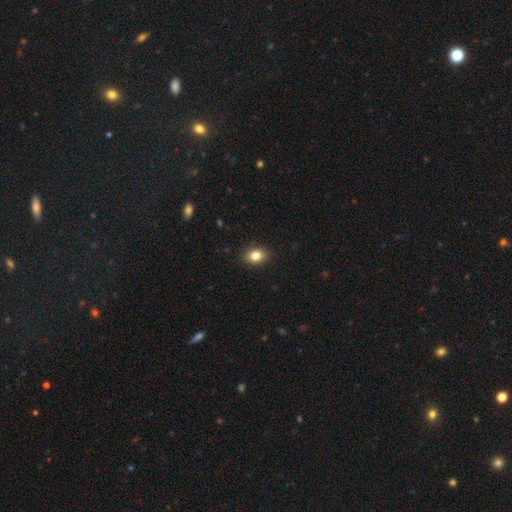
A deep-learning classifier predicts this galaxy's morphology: A smooth galaxy with no disk features (83%) that is in between round and cigar-shaped (67%).

Vote fractions:
- Smooth or featured? smooth: 83% / star or artifact: 10% / featured or disk: 7%
- How rounded? in between: 67% / round: 32% / cigar-shaped: 1%
- Merging? none: 90% / minor disturbance: 8% / major disturbance: 2% / merger: 1%